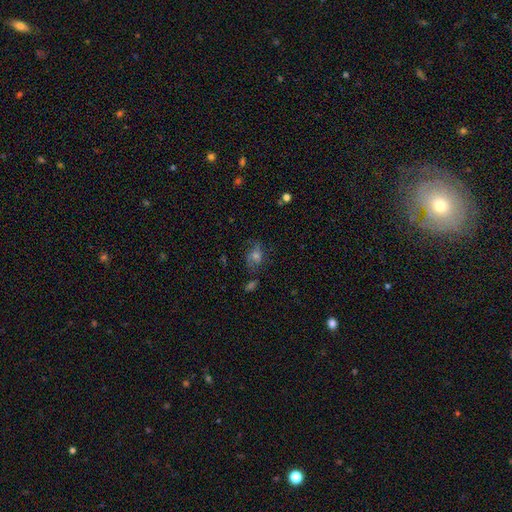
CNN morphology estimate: A featured or disk galaxy (48%).

Vote fractions:
- Smooth or featured? featured or disk: 48% / smooth: 30% / star or artifact: 22%
- Merging? none: 66% / minor disturbance: 18% / major disturbance: 11% / merger: 5%